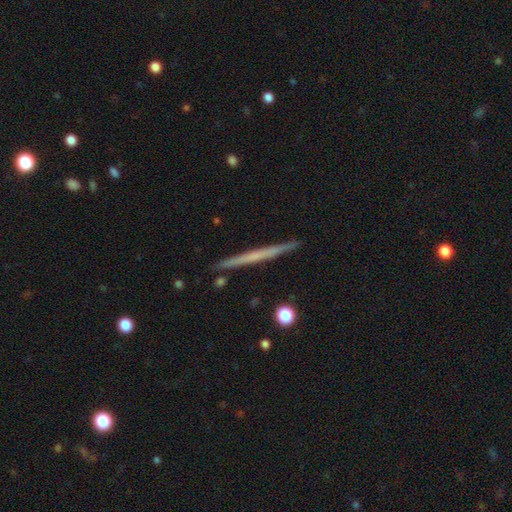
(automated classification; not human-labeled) Smooth or featured?
  - featured or disk: 57% *
  - smooth: 38%
  - star or artifact: 5%
Edge-on disk?
  - yes: 98% *
  - no: 2%
Edge-on bulge?
  - none: 87% *
  - rounded: 9%
  - boxy: 4%
Merging?
  - none: 92% *
  - minor disturbance: 6%
  - merger: 1%
  - major disturbance: 1%